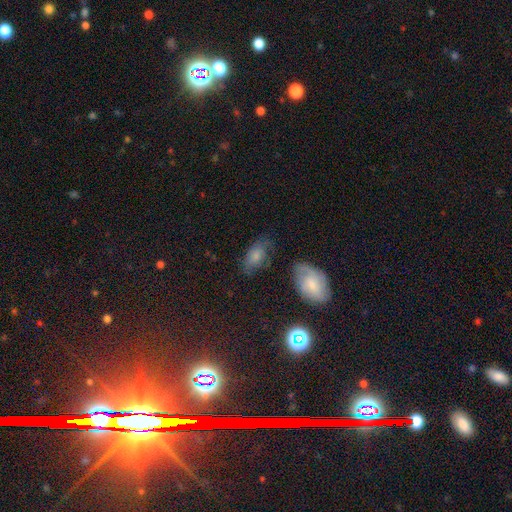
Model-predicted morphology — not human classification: smooth_or_featured: smooth (p=0.68) [alt: featured or disk p=0.21]
how_rounded: in between (p=0.90) [alt: round p=0.06]
merging: none (p=0.60) [alt: minor disturbance p=0.26]